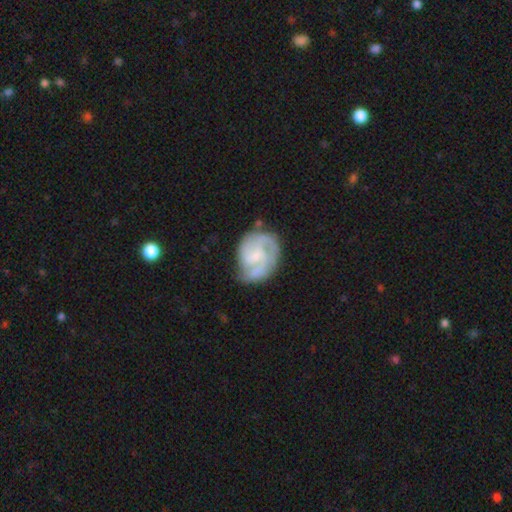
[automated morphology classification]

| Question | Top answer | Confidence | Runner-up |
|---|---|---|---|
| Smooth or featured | featured or disk | 79% | smooth (15%) |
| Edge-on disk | no | 98% | yes (2%) |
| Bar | no | 53% | weak (40%) |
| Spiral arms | yes | 93% | no (7%) |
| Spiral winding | tight | 47% | medium (42%) |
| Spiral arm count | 2 | 42% | 3 (27%) |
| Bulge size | small | 60% | moderate (24%) |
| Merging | none | 59% | minor disturbance (26%) |